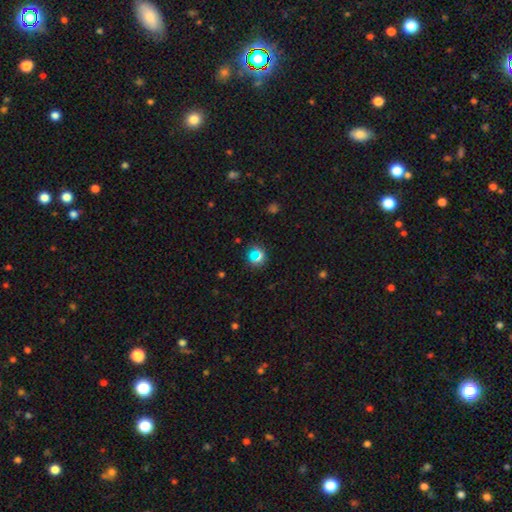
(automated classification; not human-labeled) This appears to be a smooth galaxy with no disk features (48%). Merging: none (79%).